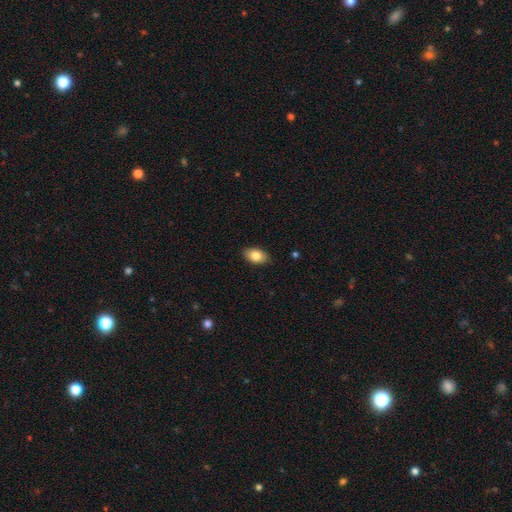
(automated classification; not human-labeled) smooth-or-featured: smooth: 83% | featured or disk: 10% | star or artifact: 7%
  how-rounded: in between: 89% | round: 9% | cigar-shaped: 1%
  merging: none: 87% | minor disturbance: 10% | major disturbance: 2% | merger: 1%